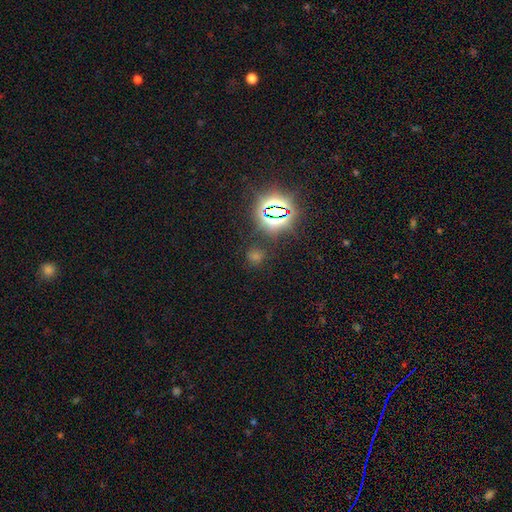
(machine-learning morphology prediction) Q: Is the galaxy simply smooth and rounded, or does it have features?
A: star or artifact — 63%.